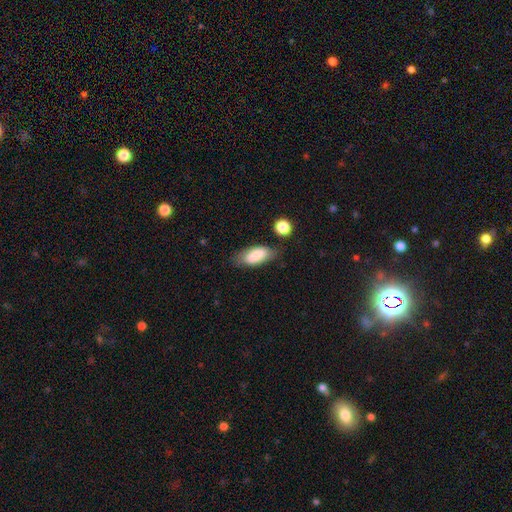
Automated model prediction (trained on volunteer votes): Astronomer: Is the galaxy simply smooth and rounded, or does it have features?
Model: smooth — 80%.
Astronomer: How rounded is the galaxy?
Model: in between — 84%.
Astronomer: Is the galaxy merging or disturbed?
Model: none — 69%.